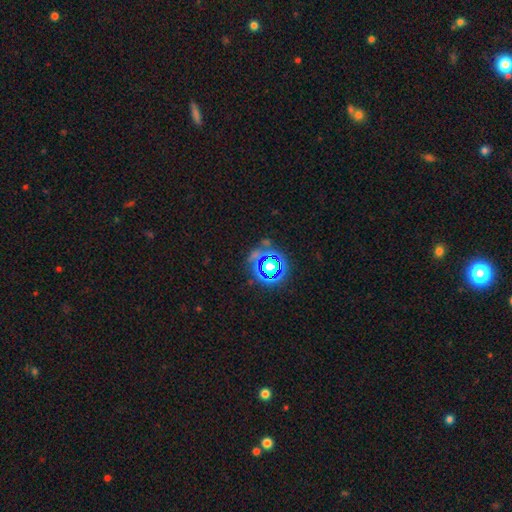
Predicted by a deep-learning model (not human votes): smooth-or-featured: star or artifact: 70% | smooth: 18% | featured or disk: 11%